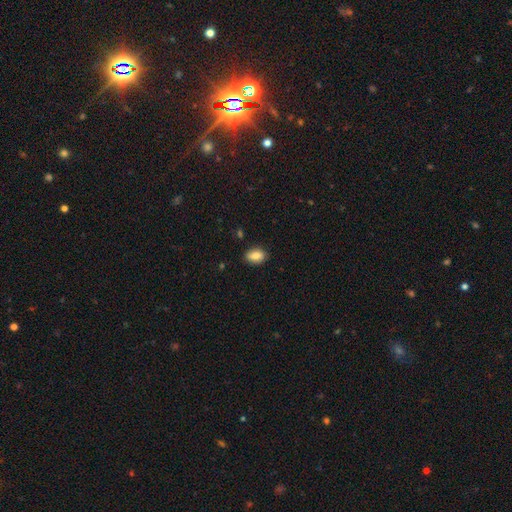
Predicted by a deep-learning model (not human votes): The model was most divided on "how rounded": in between: 81%, round: 17%, cigar-shaped: 2%. More confident: merging — none (86%); smooth or featured — smooth (81%).